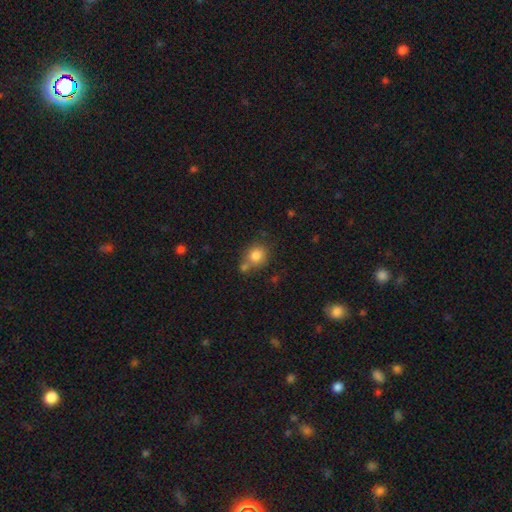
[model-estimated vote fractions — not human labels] smooth_or_featured: smooth (p=0.82) [alt: star or artifact p=0.10]
how_rounded: round (p=0.76) [alt: in between p=0.23]
merging: none (p=0.57) [alt: merger p=0.25]